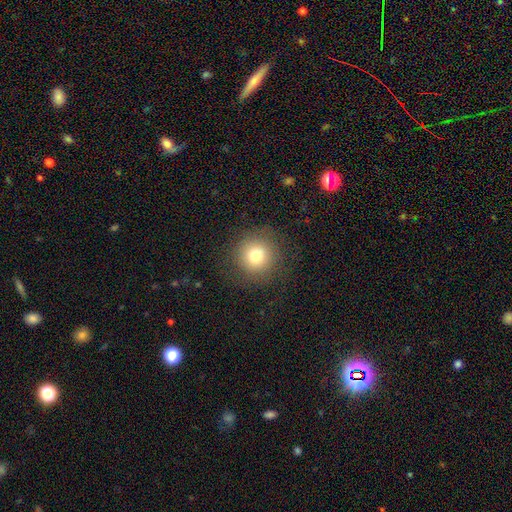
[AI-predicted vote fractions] Q: Smooth or featured?
A: smooth (77%); runner-up: star or artifact (12%)
Q: How rounded?
A: round (94%); runner-up: in between (5%)
Q: Merging?
A: none (87%); runner-up: minor disturbance (8%)